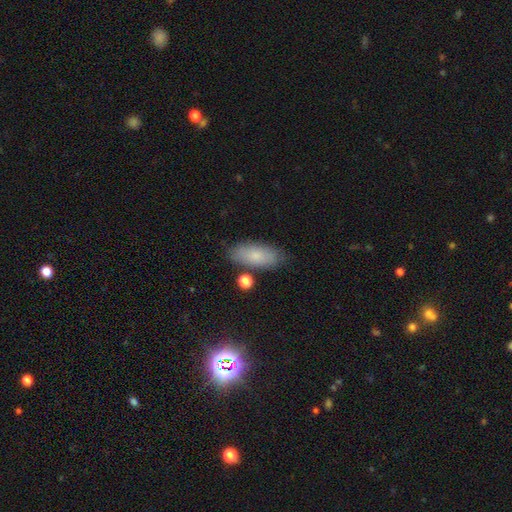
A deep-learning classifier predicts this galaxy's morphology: smooth-or-featured: smooth: 78% | featured or disk: 14% | star or artifact: 8%
  how-rounded: in between: 82% | cigar-shaped: 15% | round: 3%
  merging: none: 80% | minor disturbance: 13% | merger: 4% | major disturbance: 3%